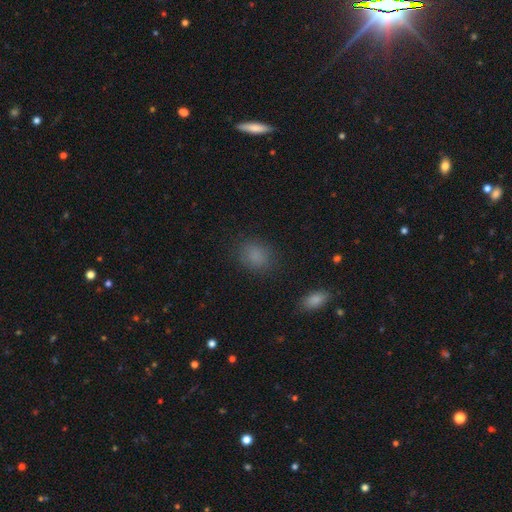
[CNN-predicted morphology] A smooth galaxy with no disk features (83%) that is in between round and cigar-shaped (54%). Merging: none (83%).